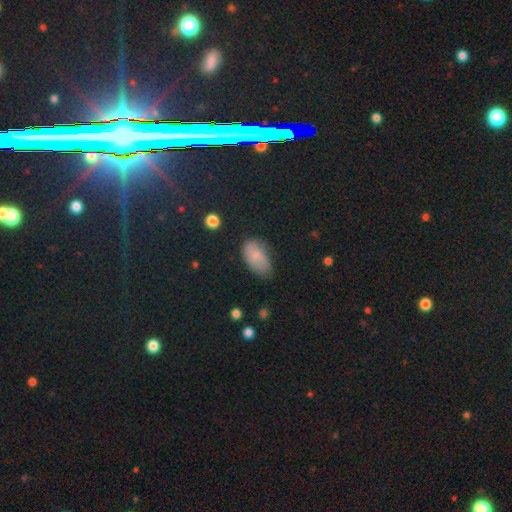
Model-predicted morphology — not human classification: Smooth or featured: smooth — 75% (featured or disk — 14%)
How rounded: in between — 93% (round — 5%)
Merging: none — 57% (minor disturbance — 33%)